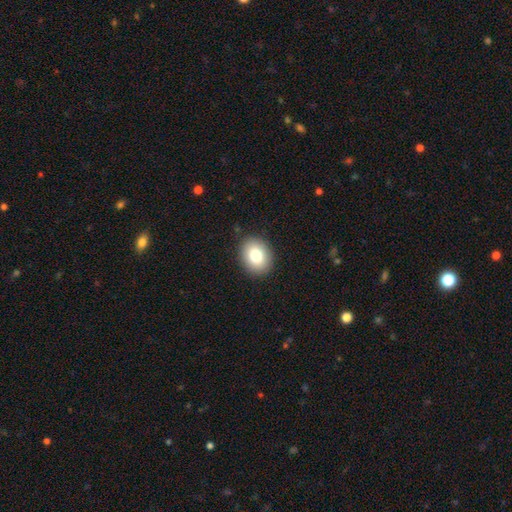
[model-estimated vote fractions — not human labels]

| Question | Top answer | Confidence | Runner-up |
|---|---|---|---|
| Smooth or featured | smooth | 82% | featured or disk (10%) |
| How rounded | in between | 53% | round (47%) |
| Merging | none | 89% | minor disturbance (8%) |